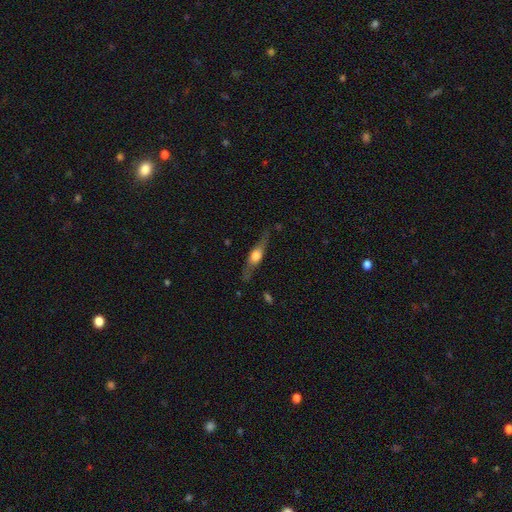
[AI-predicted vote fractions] featured or disk 62%, smooth 32%, star or artifact 6%. Down the decision tree: edge-on disk — yes (89%); edge-on bulge — rounded (89%); merging — none (76%).